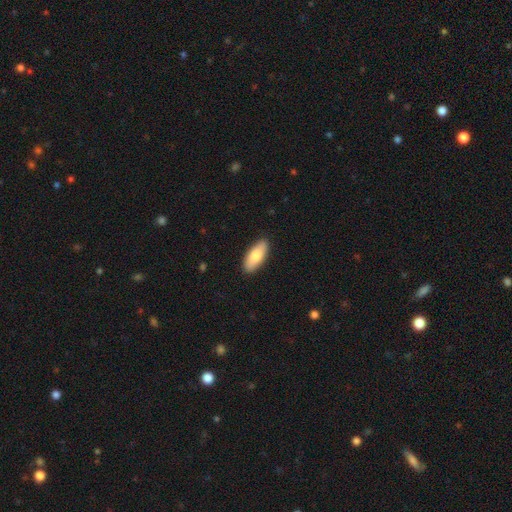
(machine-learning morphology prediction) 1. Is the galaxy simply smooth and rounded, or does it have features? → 82% smooth, 13% featured or disk, 5% star or artifact.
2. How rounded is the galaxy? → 80% in between, 18% cigar-shaped, 2% round.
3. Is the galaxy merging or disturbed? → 89% none, 8% minor disturbance, 2% major disturbance, 1% merger.